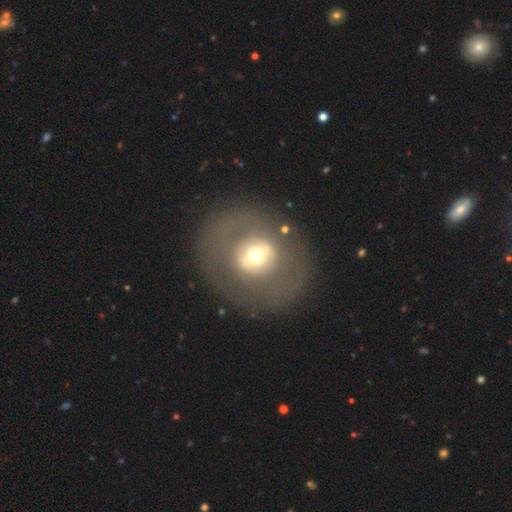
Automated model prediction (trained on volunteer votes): featured or disk 55%, smooth 36%, star or artifact 9%. Down the decision tree: edge-on disk — no (92%); bar — no (41%); spiral arms — no (84%); bulge size — moderate (61%); merging — none (76%).